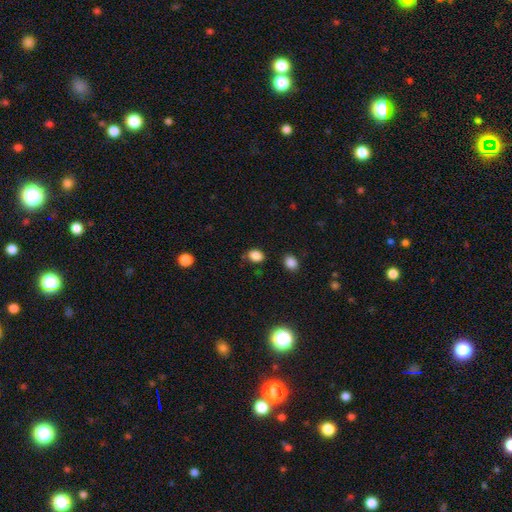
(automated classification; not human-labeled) Smooth or featured?
  - smooth: 86% *
  - star or artifact: 10%
  - featured or disk: 4%
How rounded?
  - in between: 65% *
  - round: 34%
  - cigar-shaped: 1%
Merging?
  - none: 76% *
  - minor disturbance: 17%
  - major disturbance: 4%
  - merger: 3%